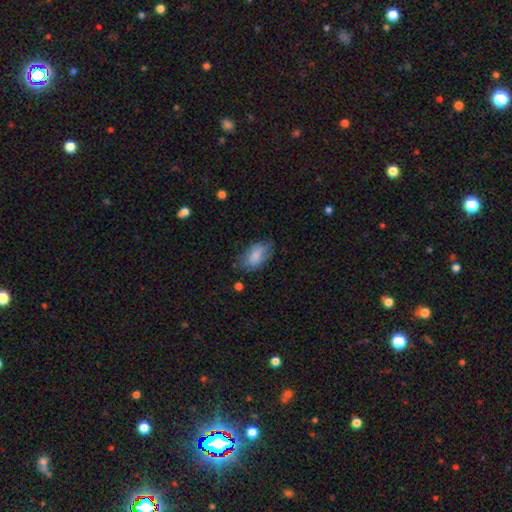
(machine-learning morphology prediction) Smooth or featured? Predicted: smooth (p=0.80). How rounded? Predicted: in between (p=0.92). Merging? Predicted: none (p=0.62).